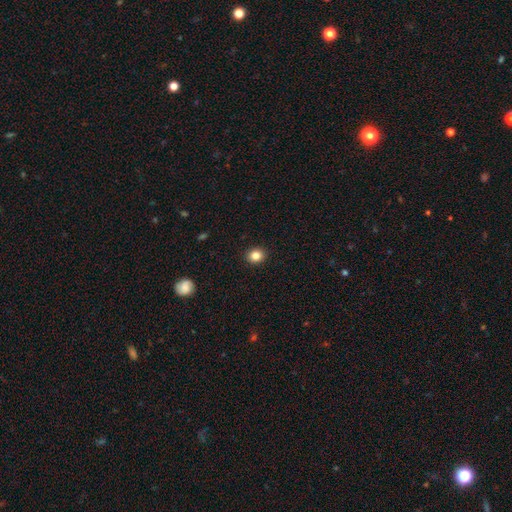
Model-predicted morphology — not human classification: A smooth galaxy with no disk features (84%) that is round (70%). Merging: none (92%).